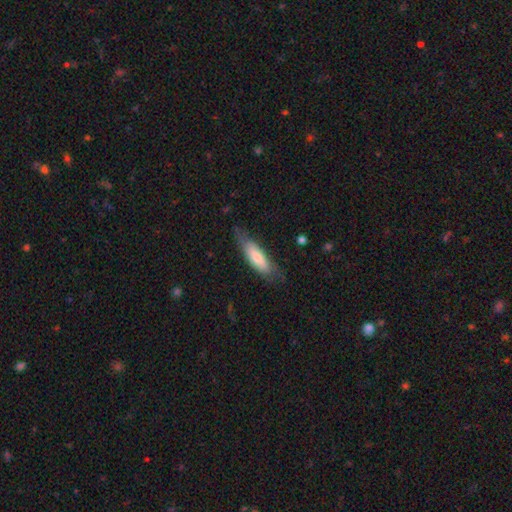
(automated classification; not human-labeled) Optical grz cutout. It shows a smooth galaxy with no disk features (68%) that is cigar-shaped (58%). Merging: none (70%).